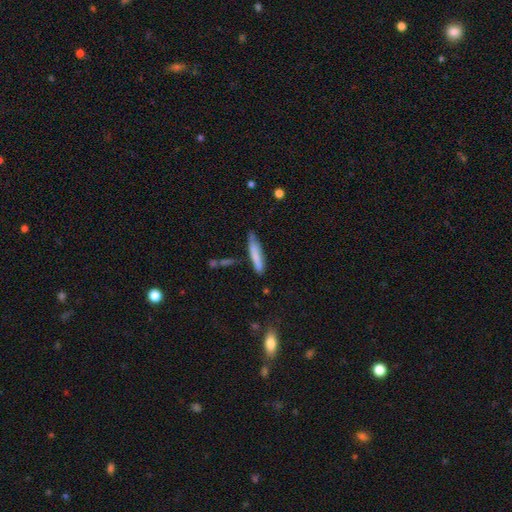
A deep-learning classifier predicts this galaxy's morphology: A smooth galaxy with no disk features (75%) that is cigar-shaped (87%). Merging: none (68%).